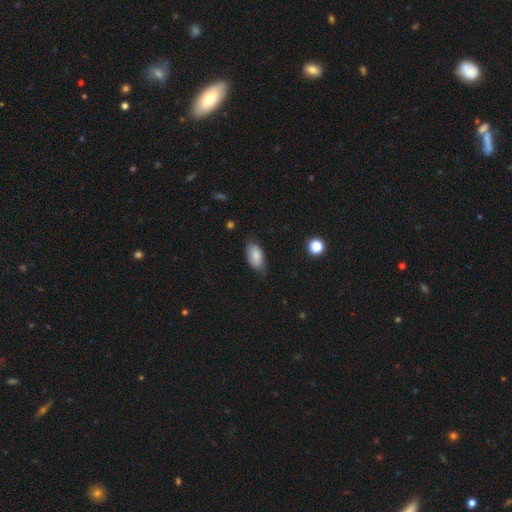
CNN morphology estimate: Smooth or featured? Predicted: smooth (p=0.80). How rounded? Predicted: in between (p=0.93). Merging? Predicted: none (p=0.63).